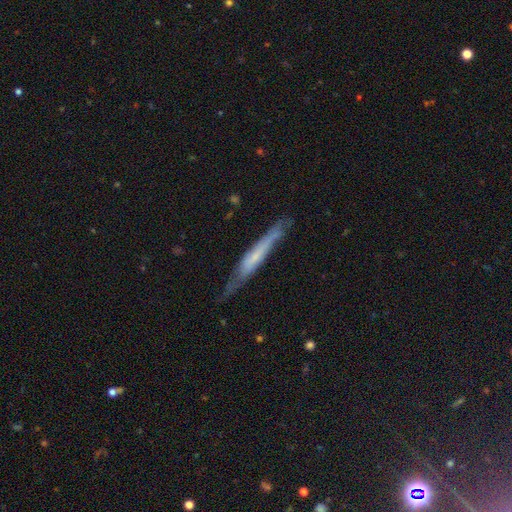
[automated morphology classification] A featured or disk galaxy (55%) viewed edge-on (82%). Merging: none (67%).